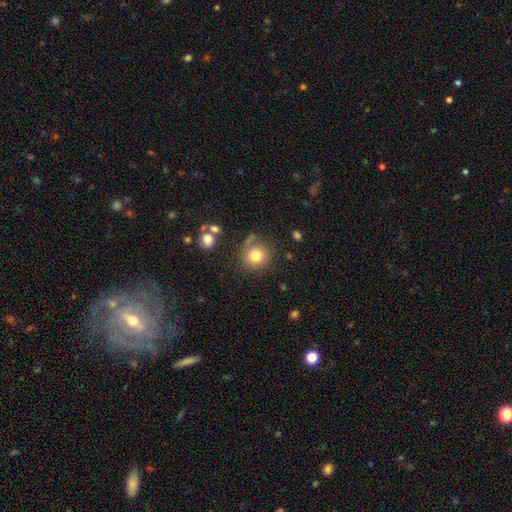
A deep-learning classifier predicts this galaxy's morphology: Overall: smooth (78%). How rounded: round (87%). Merging: none (70%).